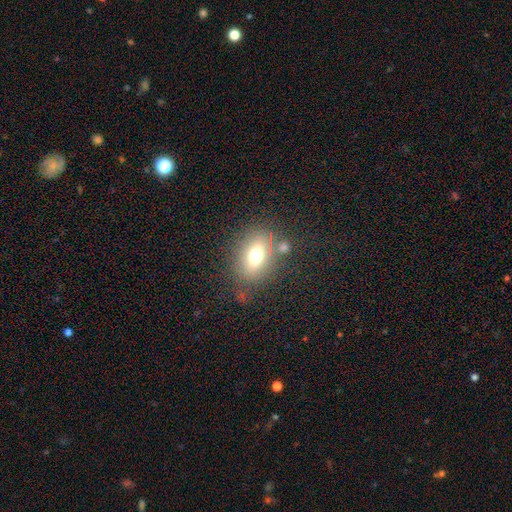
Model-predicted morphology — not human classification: Smooth or featured? smooth (68%)
How rounded? in between (68%)
Merging? none (68%)